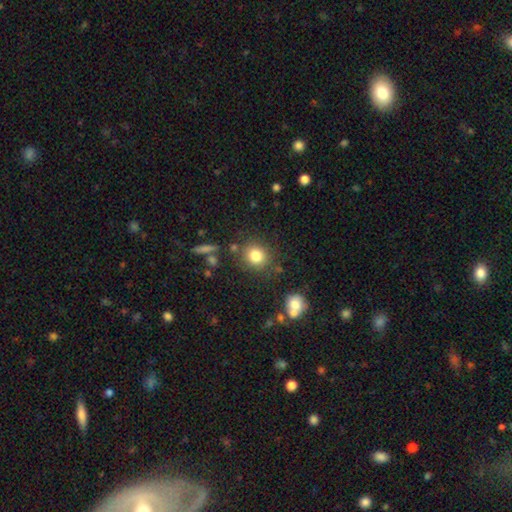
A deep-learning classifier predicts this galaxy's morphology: smooth 81%, star or artifact 11%, featured or disk 7%. Down the decision tree: how rounded — round (82%); merging — none (81%).